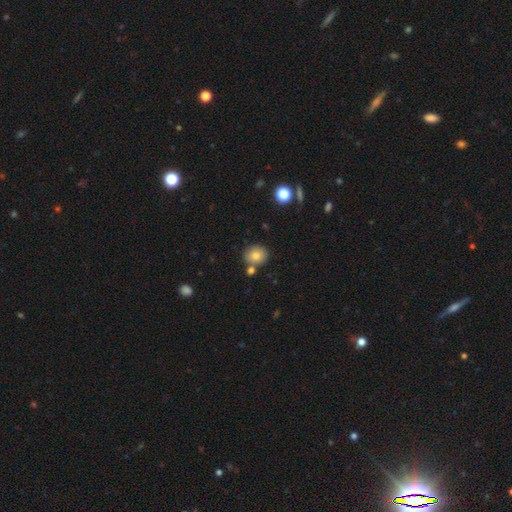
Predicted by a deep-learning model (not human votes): smooth_or_featured: smooth (p=0.78) [alt: star or artifact p=0.11]
how_rounded: round (p=0.75) [alt: in between p=0.24]
merging: none (p=0.74) [alt: merger p=0.13]